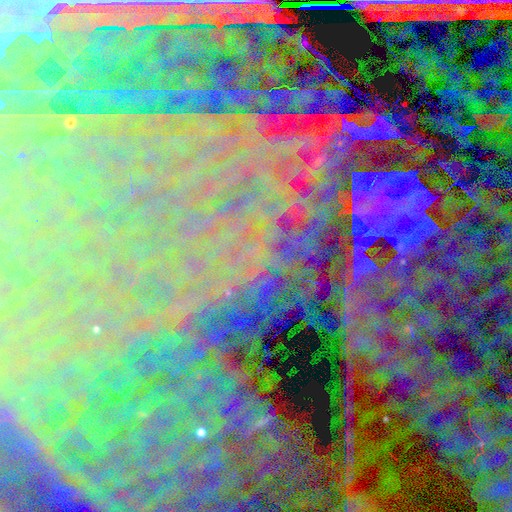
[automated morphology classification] Smooth or featured?
  - star or artifact: 86% *
  - featured or disk: 8%
  - smooth: 7%